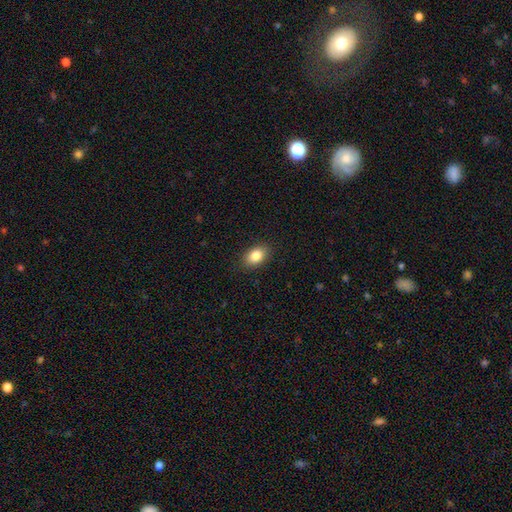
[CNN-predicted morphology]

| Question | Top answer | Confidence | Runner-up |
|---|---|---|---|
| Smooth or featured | smooth | 84% | star or artifact (9%) |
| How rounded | in between | 84% | round (14%) |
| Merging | none | 89% | minor disturbance (8%) |